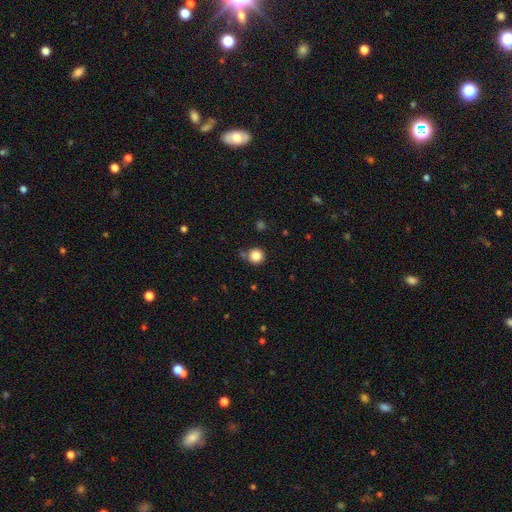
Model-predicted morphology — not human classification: Smooth or featured: smooth — 85% (star or artifact — 11%)
How rounded: round — 94% (in between — 5%)
Merging: none — 77% (minor disturbance — 12%)